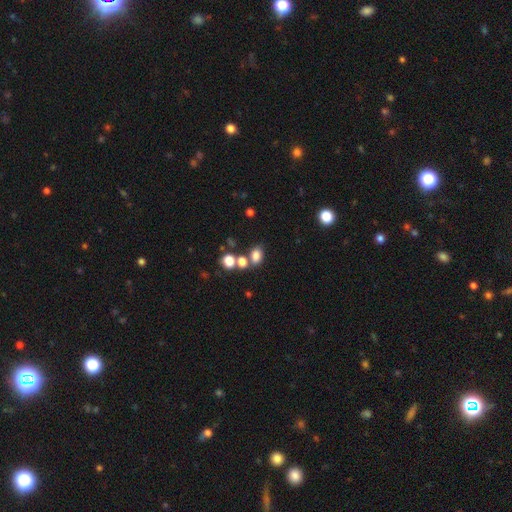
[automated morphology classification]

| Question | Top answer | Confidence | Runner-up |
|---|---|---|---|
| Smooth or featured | smooth | 78% | star or artifact (15%) |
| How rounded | in between | 68% | round (31%) |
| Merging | none | 55% | merger (28%) |